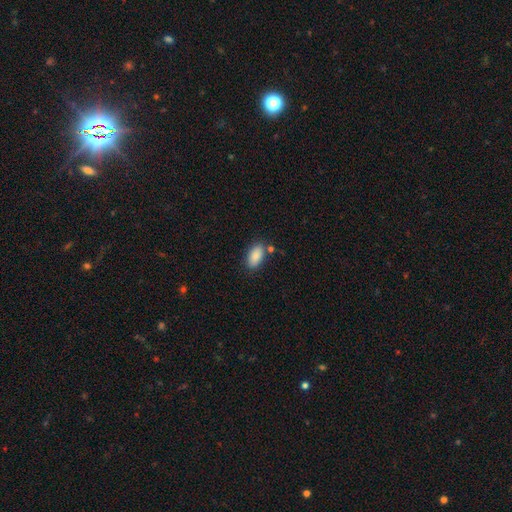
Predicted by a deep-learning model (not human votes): Smooth or featured? Predicted: smooth (p=0.87). How rounded? Predicted: in between (p=0.93). Merging? Predicted: none (p=0.78).